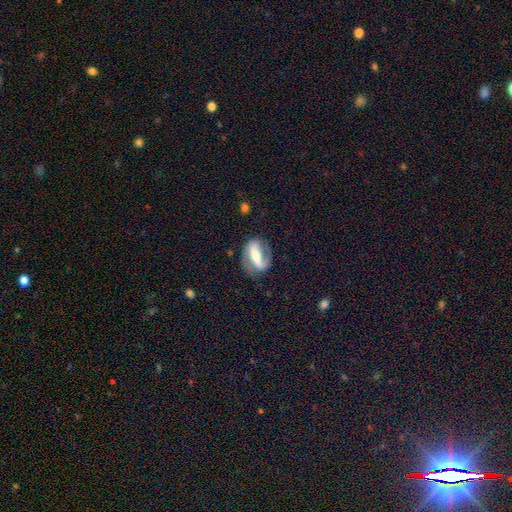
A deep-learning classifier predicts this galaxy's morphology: smooth-or-featured: featured or disk: 77% | smooth: 18% | star or artifact: 5%
  disk-edge-on: no: 92% | yes: 8%
    bar: strong: 72% | weak: 17% | no: 10%
    has-spiral-arms: yes: 80% | no: 20%
      spiral-winding: medium: 43% | tight: 34% | loose: 24%
      spiral-arm-count: 2: 75% | 1: 15% | can't tell: 7% | 3: 1% | 4: 1% | more than 4: 1%
    bulge-size: moderate: 48% | small: 33% | large: 12% | none: 4% | dominant: 2%
  merging: none: 70% | minor disturbance: 17% | major disturbance: 11% | merger: 2%